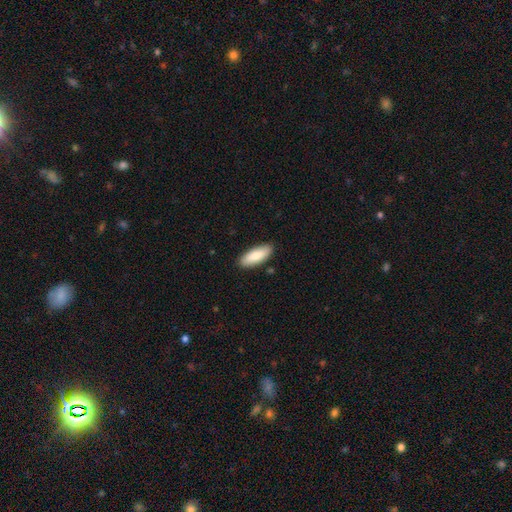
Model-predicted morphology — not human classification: Q: Smooth or featured?
A: smooth (85%); runner-up: featured or disk (10%)
Q: How rounded?
A: in between (71%); runner-up: cigar-shaped (27%)
Q: Merging?
A: none (88%); runner-up: minor disturbance (9%)